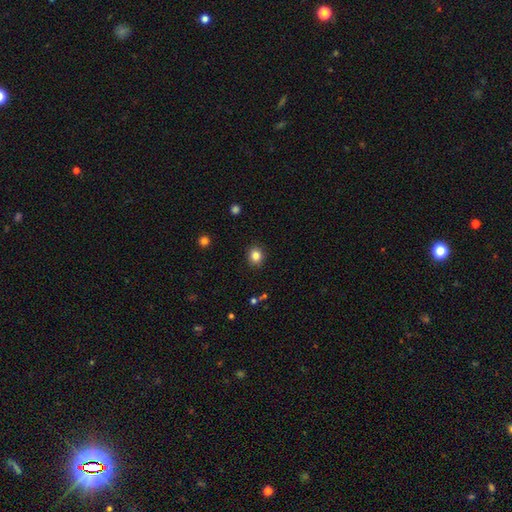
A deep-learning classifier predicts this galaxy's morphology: smooth-or-featured: smooth: 84% | star or artifact: 11% | featured or disk: 5%
  how-rounded: round: 76% | in between: 23% | cigar-shaped: 1%
  merging: none: 90% | minor disturbance: 7% | major disturbance: 2% | merger: 1%